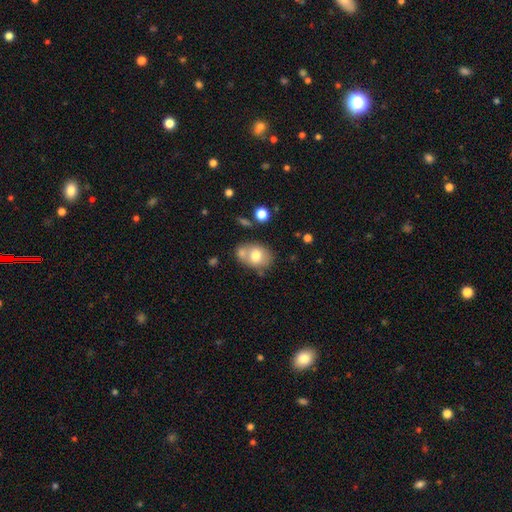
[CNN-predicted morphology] The model was most divided on "merging": none: 47%, merger: 32%, minor disturbance: 15%, major disturbance: 5%. More confident: smooth or featured — smooth (70%); how rounded — in between (59%).